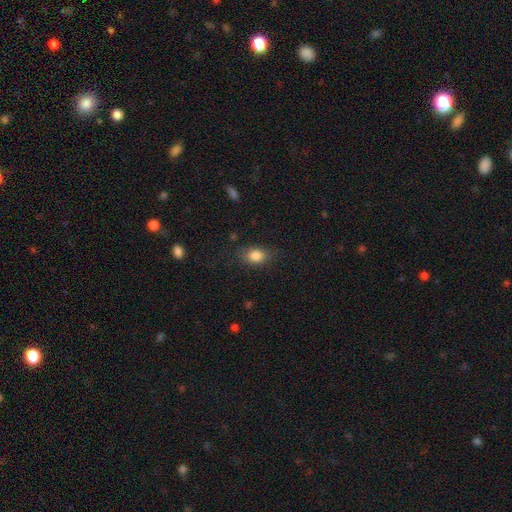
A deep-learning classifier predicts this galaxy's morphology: A smooth galaxy with no disk features (84%) that is in between round and cigar-shaped (67%).

Vote fractions:
- Smooth or featured? smooth: 84% / star or artifact: 9% / featured or disk: 7%
- How rounded? in between: 67% / round: 31% / cigar-shaped: 2%
- Merging? none: 76% / minor disturbance: 17% / major disturbance: 6% / merger: 1%